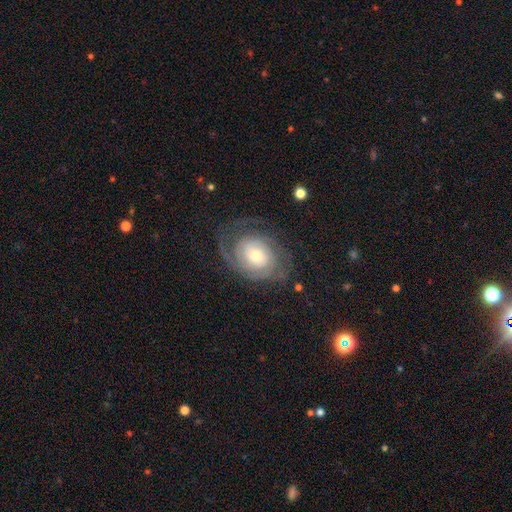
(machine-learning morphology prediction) Smooth or featured?
  - featured or disk: 83% *
  - smooth: 11%
  - star or artifact: 5%
Edge-on disk?
  - no: 97% *
  - yes: 3%
Bar?
  - no: 74% *
  - weak: 21%
  - strong: 5%
Spiral arms?
  - yes: 94% *
  - no: 6%
Spiral winding?
  - tight: 66% *
  - medium: 26%
  - loose: 8%
Spiral arm count?
  - 2: 37% *
  - can't tell: 30%
  - 3: 15%
  - 1: 7%
  - 4: 6%
  - more than 4: 5%
Bulge size?
  - moderate: 52% *
  - small: 38%
  - large: 7%
  - dominant: 1%
  - none: 1%
Merging?
  - none: 69% *
  - minor disturbance: 17%
  - major disturbance: 13%
  - merger: 1%